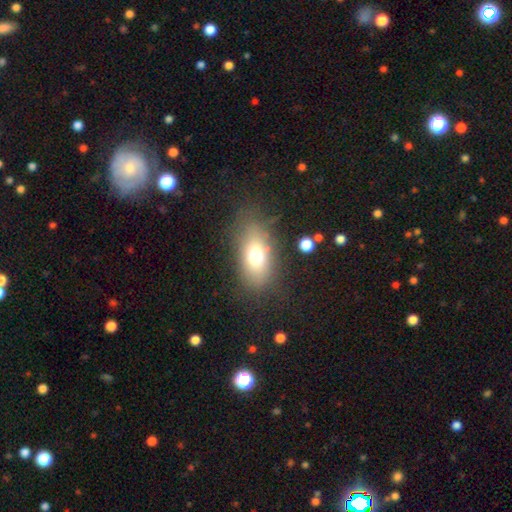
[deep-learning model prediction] Overall: smooth (69%). How rounded: in between (83%). Merging: none (74%).